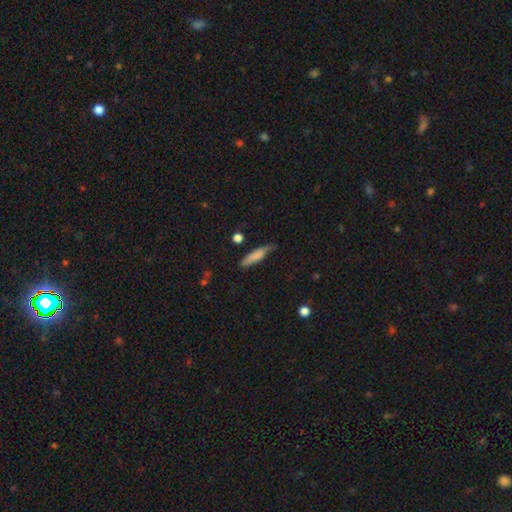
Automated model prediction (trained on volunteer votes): Morphology: type=smooth (78%); roundness=cigar-shaped (74%); merging=none (62%).